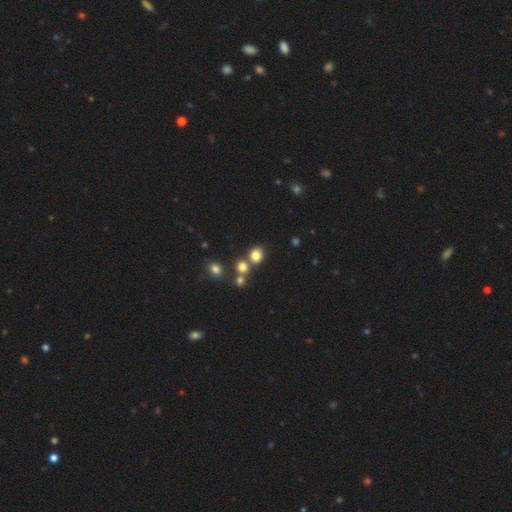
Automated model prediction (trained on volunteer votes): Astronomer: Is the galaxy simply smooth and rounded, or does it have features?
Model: smooth — 79%.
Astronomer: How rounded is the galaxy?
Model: round — 72%.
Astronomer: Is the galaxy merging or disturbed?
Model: none — 64%.